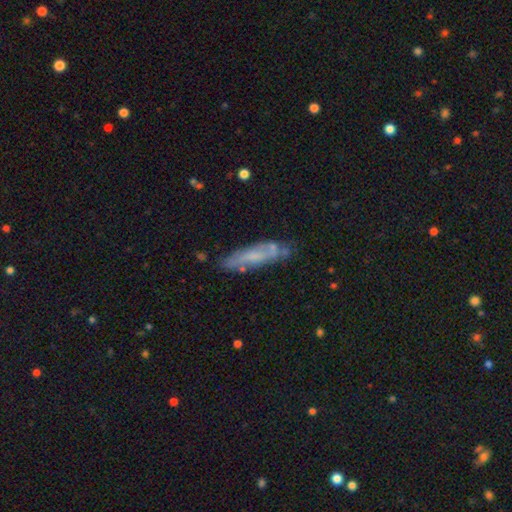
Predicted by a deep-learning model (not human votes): Overall: smooth (47%; featured or disk 46%). Merging: none (67%).